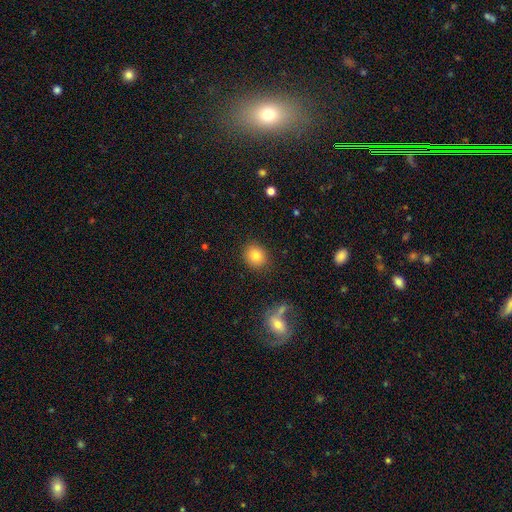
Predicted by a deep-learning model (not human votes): smooth_or_featured: smooth (p=0.82) [alt: star or artifact p=0.11]
how_rounded: round (p=0.75) [alt: in between p=0.24]
merging: none (p=0.88) [alt: minor disturbance p=0.07]